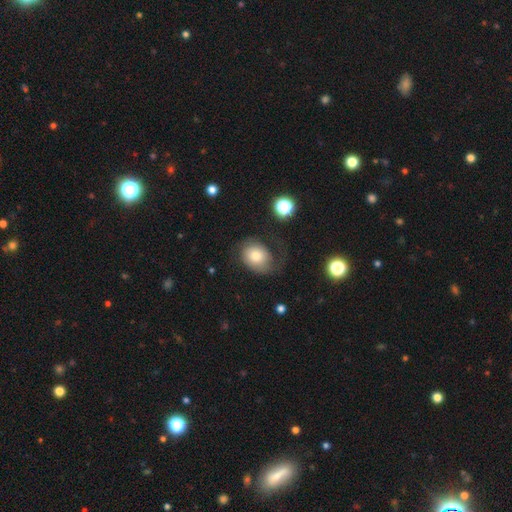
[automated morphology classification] Smooth or featured? smooth (62%)
How rounded? round (51%)
Merging? none (41%)